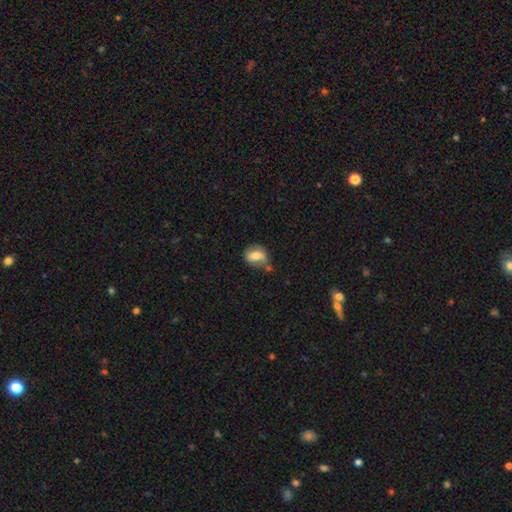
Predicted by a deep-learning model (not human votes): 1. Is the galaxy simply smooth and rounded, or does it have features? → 70% smooth, 21% featured or disk, 9% star or artifact.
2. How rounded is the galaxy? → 67% in between, 30% round, 3% cigar-shaped.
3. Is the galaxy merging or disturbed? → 49% none, 29% minor disturbance, 12% merger, 9% major disturbance.